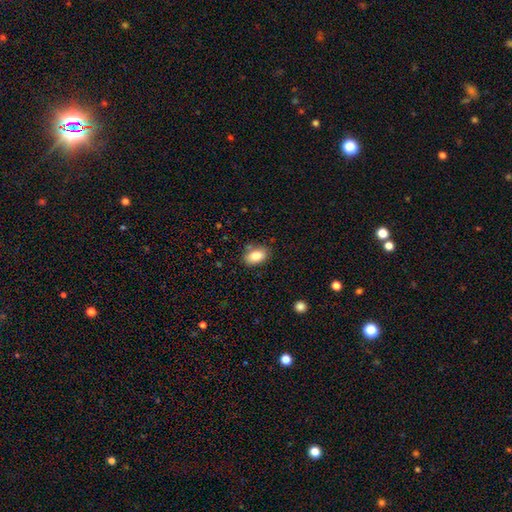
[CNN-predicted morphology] The model was most divided on "merging": none: 80%, minor disturbance: 13%, merger: 4%, major disturbance: 3%. More confident: how rounded — in between (88%); smooth or featured — smooth (83%).